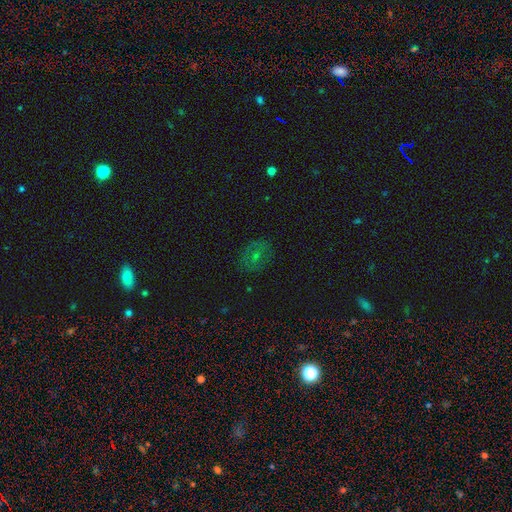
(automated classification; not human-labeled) smooth_or_featured: smooth (p=0.45) [alt: featured or disk p=0.34]
merging: none (p=0.73) [alt: minor disturbance p=0.17]